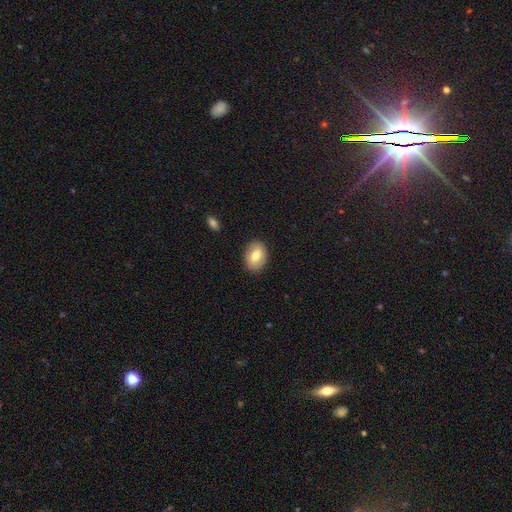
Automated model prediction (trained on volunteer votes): Smooth or featured? Predicted: smooth (p=0.73). How rounded? Predicted: in between (p=0.74). Merging? Predicted: none (p=0.86).